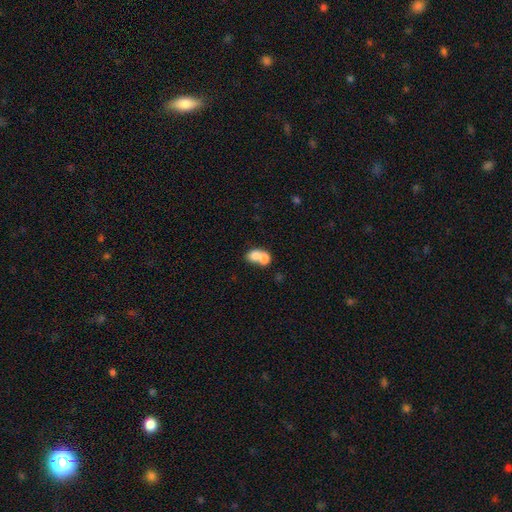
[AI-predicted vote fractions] Smooth or featured?
  - smooth: 74% *
  - featured or disk: 18%
  - star or artifact: 8%
How rounded?
  - in between: 52% *
  - round: 46%
  - cigar-shaped: 1%
Merging?
  - merger: 74% *
  - none: 18%
  - minor disturbance: 5%
  - major disturbance: 3%